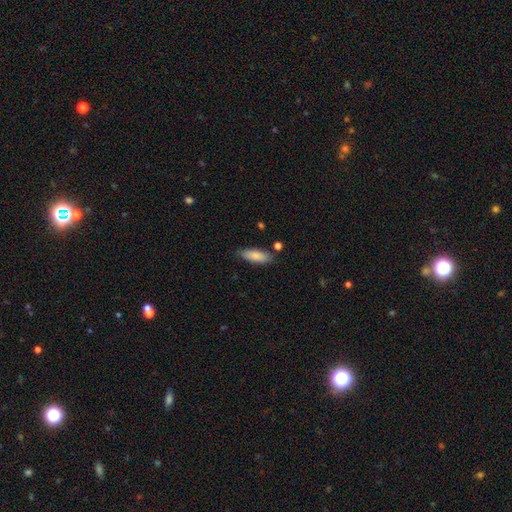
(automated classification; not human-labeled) Smooth or featured? Predicted: smooth (p=0.85). How rounded? Predicted: in between (p=0.65). Merging? Predicted: none (p=0.80).